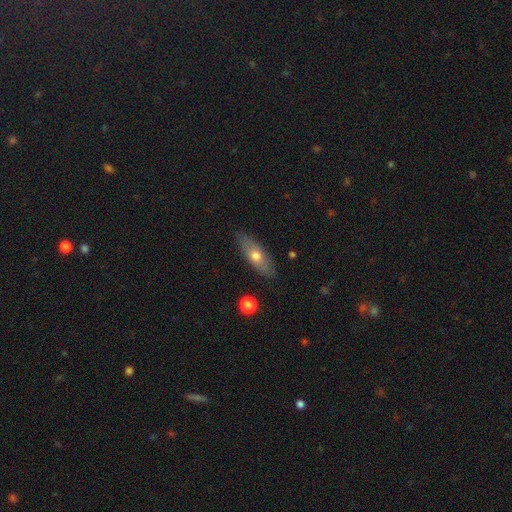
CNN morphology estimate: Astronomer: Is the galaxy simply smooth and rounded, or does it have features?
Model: smooth — 57% (runner-up: featured or disk, 37%).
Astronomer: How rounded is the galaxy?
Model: in between — 65%.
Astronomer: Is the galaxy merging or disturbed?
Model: none — 84%.